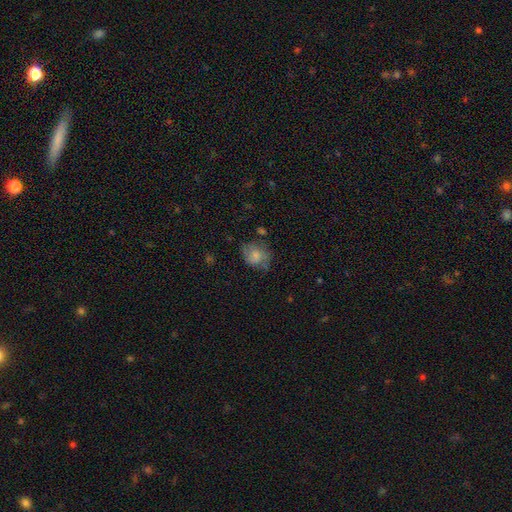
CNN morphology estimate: Smooth or featured?
  - smooth: 62% *
  - featured or disk: 29%
  - star or artifact: 9%
How rounded?
  - round: 55% *
  - in between: 44%
  - cigar-shaped: 1%
Merging?
  - none: 53% *
  - minor disturbance: 30%
  - major disturbance: 14%
  - merger: 3%